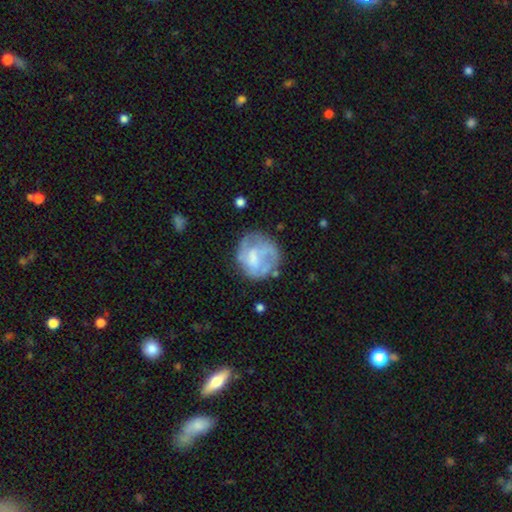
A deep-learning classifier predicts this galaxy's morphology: The model was most divided on "bulge size" (2-way tie): none: 33%, moderate: 33%, small: 25%, large: 8%, dominant: 2%. More confident: edge-on disk — no (98%); merging — none (58%); smooth or featured — featured or disk (55%); bar — no (54%); spiral arms — no (52%).